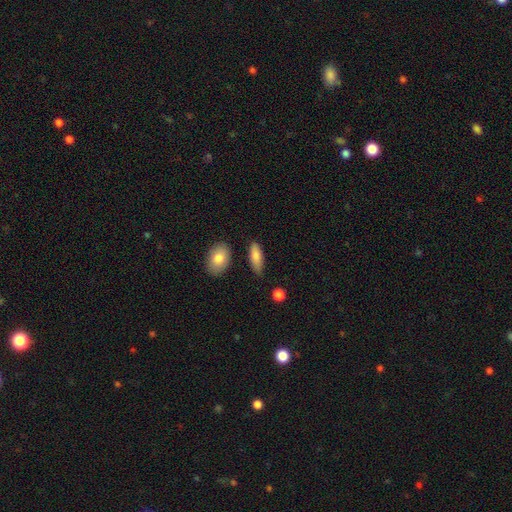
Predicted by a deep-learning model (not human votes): smooth-or-featured: smooth: 83% | featured or disk: 10% | star or artifact: 6%
  how-rounded: in between: 70% | cigar-shaped: 27% | round: 3%
  merging: none: 75% | minor disturbance: 17% | merger: 4% | major disturbance: 3%